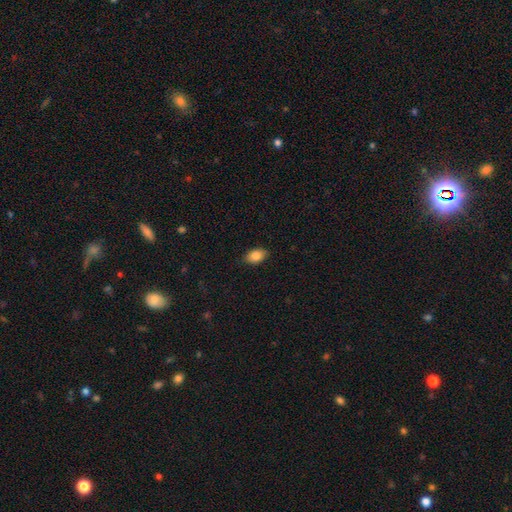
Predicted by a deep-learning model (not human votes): This appears to be a smooth galaxy with no disk features (85%) that is in between round and cigar-shaped (88%). Merging: none (86%).